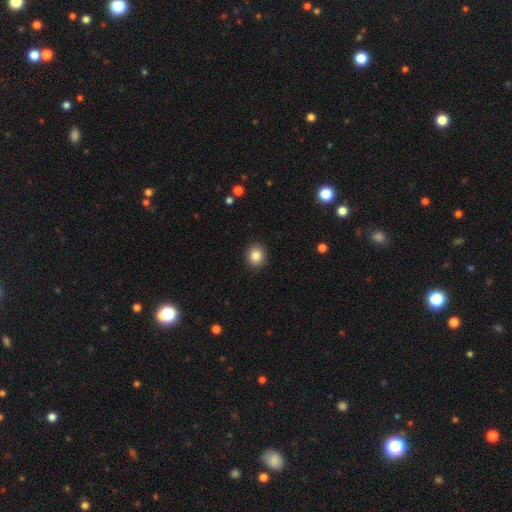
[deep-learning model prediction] Q: Smooth or featured?
A: smooth (85%); runner-up: star or artifact (9%)
Q: How rounded?
A: round (76%); runner-up: in between (23%)
Q: Merging?
A: none (91%); runner-up: minor disturbance (6%)